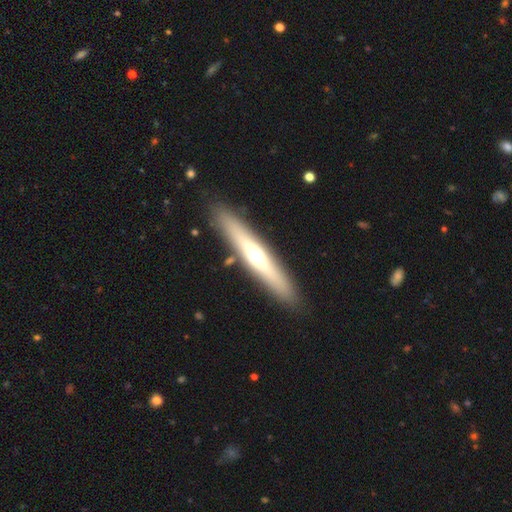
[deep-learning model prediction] This appears to be a featured or disk galaxy (54%) viewed edge-on (89%). Merging: none (88%).